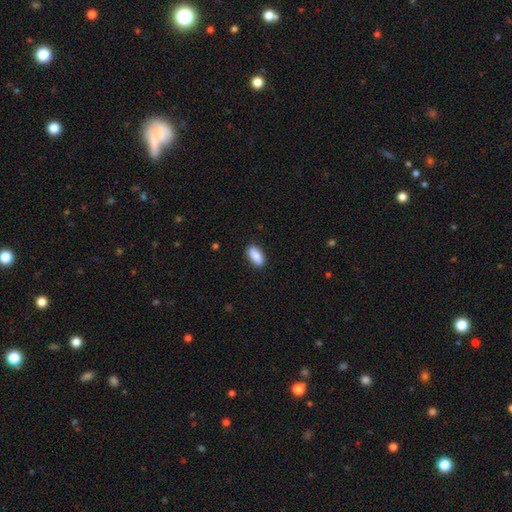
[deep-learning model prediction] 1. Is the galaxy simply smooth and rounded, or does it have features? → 87% smooth, 7% featured or disk, 6% star or artifact.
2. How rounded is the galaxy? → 76% in between, 21% cigar-shaped, 2% round.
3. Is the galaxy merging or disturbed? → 88% none, 8% minor disturbance, 2% major disturbance, 1% merger.